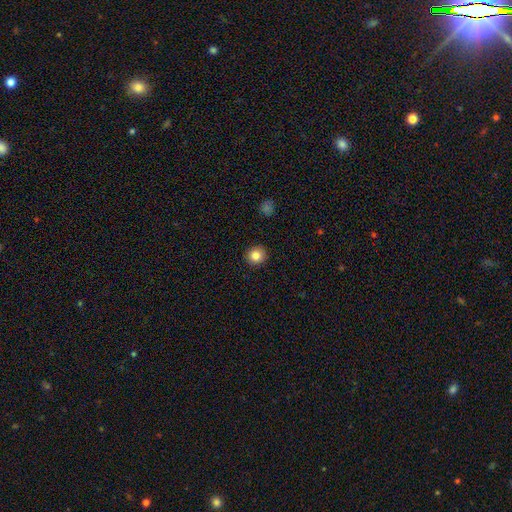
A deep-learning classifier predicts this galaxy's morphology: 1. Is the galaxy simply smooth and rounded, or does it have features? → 84% smooth, 10% star or artifact, 6% featured or disk.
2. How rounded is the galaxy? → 92% round, 7% in between, 1% cigar-shaped.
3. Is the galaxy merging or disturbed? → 92% none, 5% minor disturbance, 2% major disturbance, 1% merger.